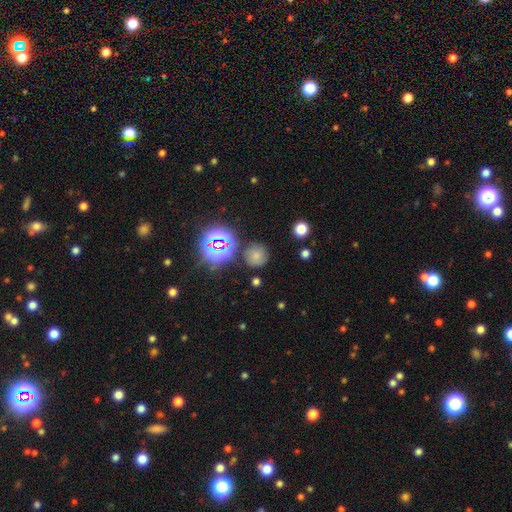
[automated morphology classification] smooth_or_featured: smooth (p=0.61) [alt: star or artifact p=0.27]
how_rounded: round (p=0.90) [alt: in between p=0.09]
merging: none (p=0.77) [alt: minor disturbance p=0.14]